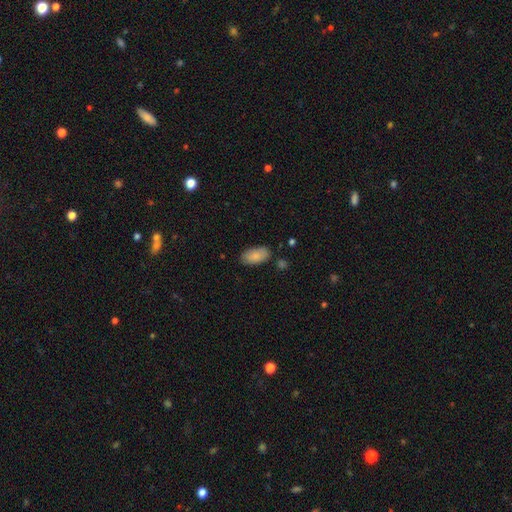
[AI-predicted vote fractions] smooth-or-featured: smooth: 85% | featured or disk: 8% | star or artifact: 6%
  how-rounded: in between: 94% | cigar-shaped: 3% | round: 3%
  merging: none: 81% | minor disturbance: 13% | major disturbance: 3% | merger: 2%